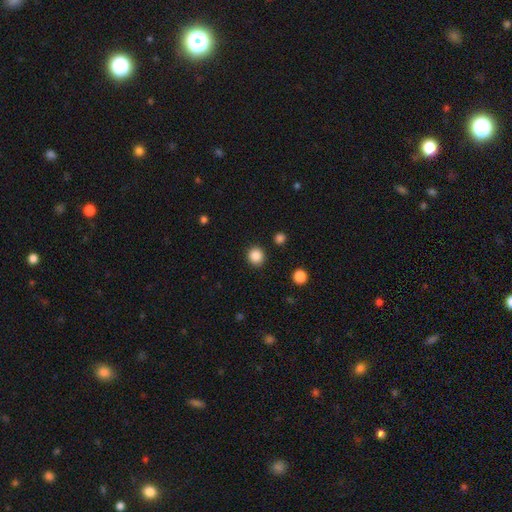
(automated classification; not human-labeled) Smooth or featured: smooth — 86% (star or artifact — 10%)
How rounded: round — 91% (in between — 8%)
Merging: none — 91% (minor disturbance — 6%)